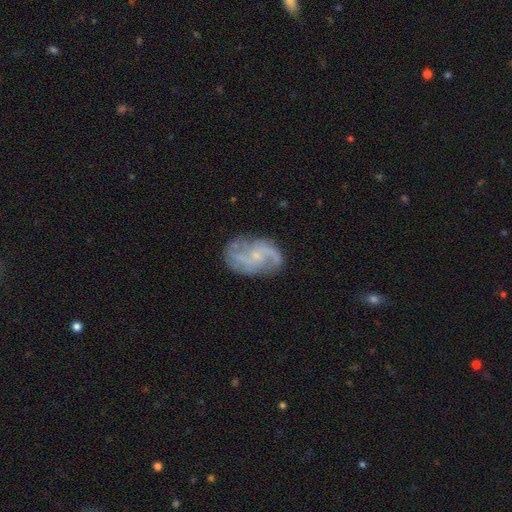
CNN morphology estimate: This appears to be a featured or disk galaxy (82%) with no bar (61%), 2 (63%) medium (44%) spiral arms (93%) and a small central bulge (72%). Merging: none (69%).